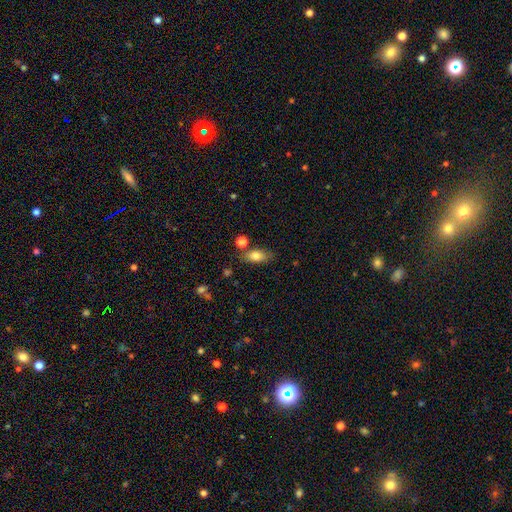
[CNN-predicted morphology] This is likely a smooth galaxy (79%). How rounded: clearly in between (83%). Merging: likely none (72%).